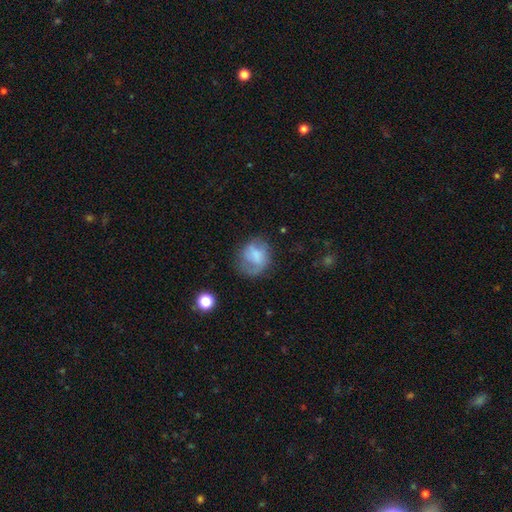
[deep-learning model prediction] smooth_or_featured: smooth (p=0.63) [alt: featured or disk p=0.29]
how_rounded: round (p=0.65) [alt: in between p=0.34]
merging: none (p=0.48) [alt: minor disturbance p=0.28]